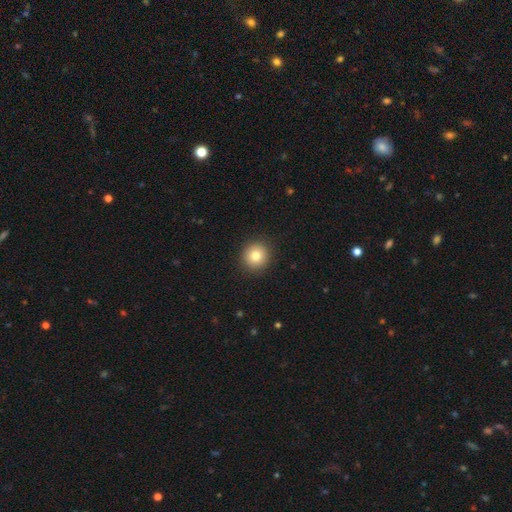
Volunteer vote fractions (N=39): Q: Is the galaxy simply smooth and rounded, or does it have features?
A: smooth — 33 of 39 (85%).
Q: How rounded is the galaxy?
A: round — 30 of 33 (91%).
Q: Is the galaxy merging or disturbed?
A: none — 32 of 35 (91%).